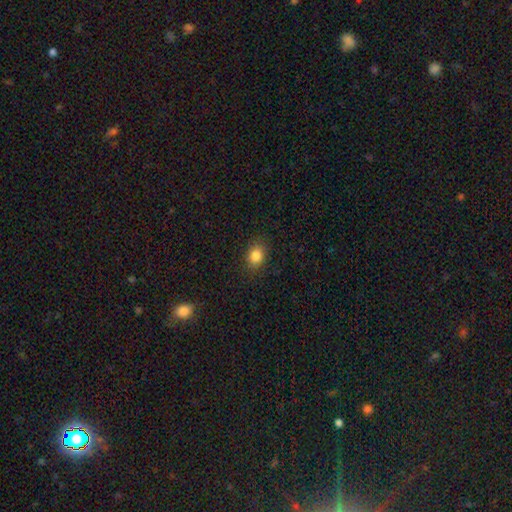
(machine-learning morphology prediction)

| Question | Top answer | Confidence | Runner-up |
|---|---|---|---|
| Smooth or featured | smooth | 84% | star or artifact (11%) |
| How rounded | in between | 54% | round (45%) |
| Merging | none | 87% | minor disturbance (9%) |